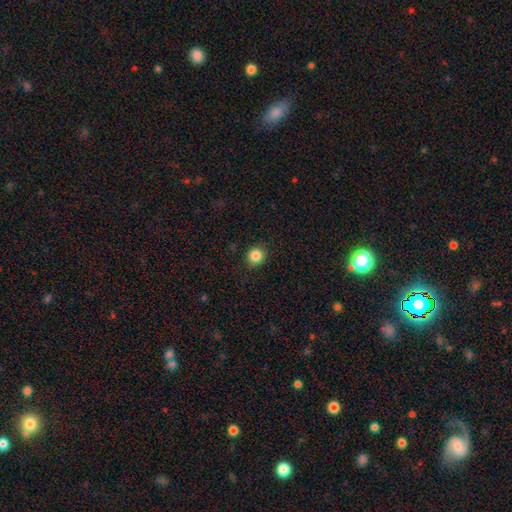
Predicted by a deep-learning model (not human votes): smooth 85%, star or artifact 10%, featured or disk 5%. Down the decision tree: how rounded — round (90%); merging — none (90%).